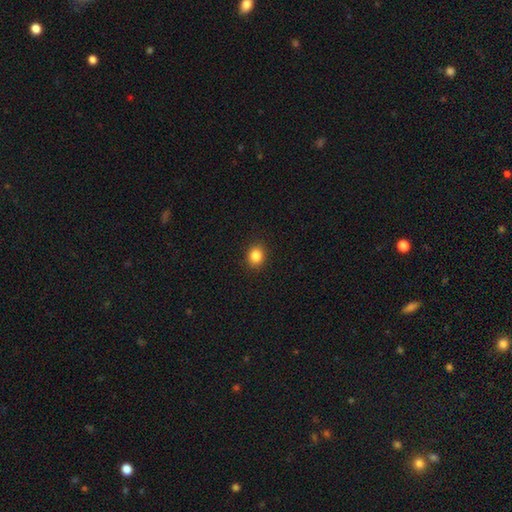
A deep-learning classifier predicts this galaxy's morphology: Smooth or featured? smooth (85%)
How rounded? round (67%)
Merging? none (90%)